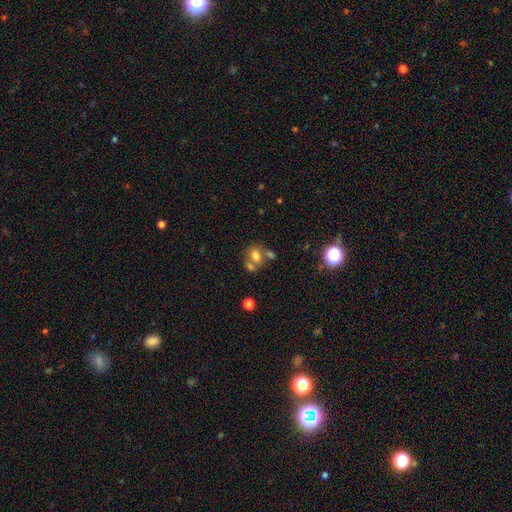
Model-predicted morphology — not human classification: Smooth or featured? smooth (72%)
How rounded? in between (58%)
Merging? none (43%)